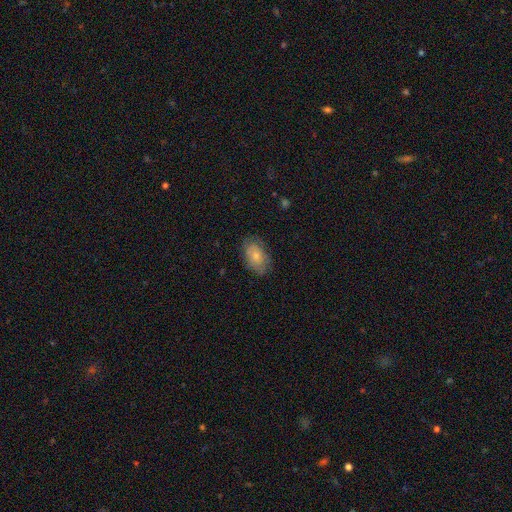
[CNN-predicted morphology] type=smooth (71%); roundness=in between (88%); merging=none (72%).